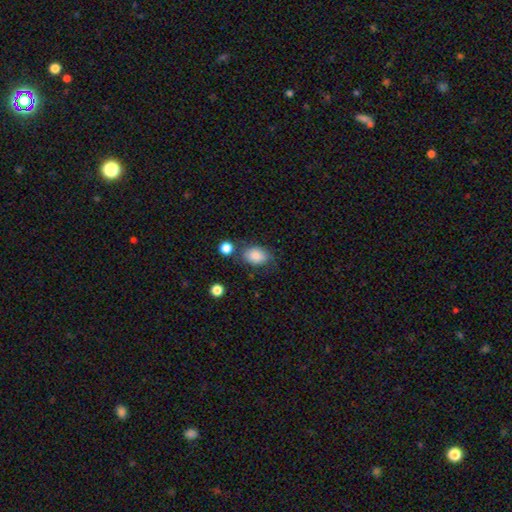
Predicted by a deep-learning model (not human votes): Smooth or featured? Predicted: smooth (p=0.85). How rounded? Predicted: in between (p=0.80). Merging? Predicted: none (p=0.62).